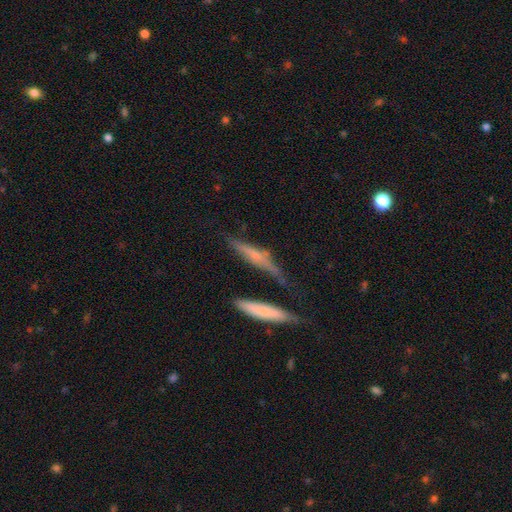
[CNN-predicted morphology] Smooth or featured: featured or disk — 53% (smooth — 37%)
Edge-on disk: yes — 91% (no — 9%)
Merging: none — 63% (minor disturbance — 19%)